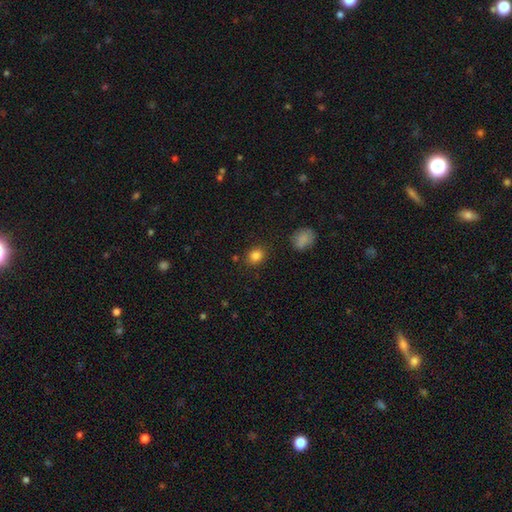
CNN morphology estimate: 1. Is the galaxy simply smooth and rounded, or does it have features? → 84% smooth, 11% star or artifact, 5% featured or disk.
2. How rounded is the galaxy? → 50% in between, 49% round, 1% cigar-shaped.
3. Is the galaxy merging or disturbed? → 83% none, 10% minor disturbance, 3% merger, 3% major disturbance.